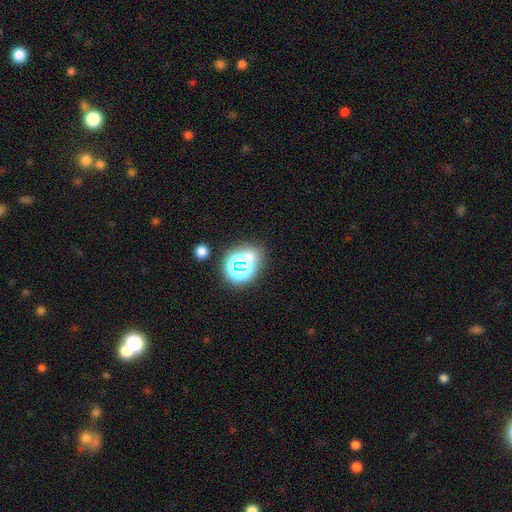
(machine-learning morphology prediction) Smooth or featured? star or artifact (60%)